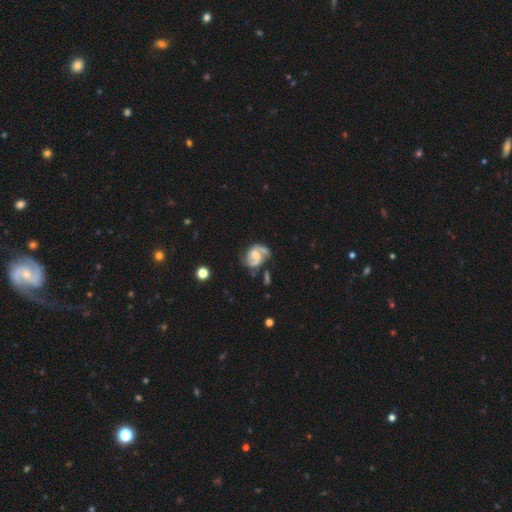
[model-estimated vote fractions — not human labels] A featured or disk galaxy (79%) with a weak bar (45%), 2 (81%) medium (50%) spiral arms (93%) and a small central bulge (38%).

Vote fractions:
- Smooth or featured? featured or disk: 79% / smooth: 14% / star or artifact: 7%
- Edge-on disk? no: 98% / yes: 2%
- Bar? weak: 45% / no: 41% / strong: 14%
- Spiral arms? yes: 93% / no: 7%
- Spiral winding? medium: 50% / tight: 25% / loose: 25%
- Spiral arm count? 2: 81% / can't tell: 7% / 1: 6% / 3: 4% / 4: 1% / more than 4: 1%
- Bulge size? small: 38% / moderate: 31% / none: 24% / large: 6% / dominant: 2%
- Merging? none: 50% / minor disturbance: 23% / major disturbance: 17% / merger: 10%